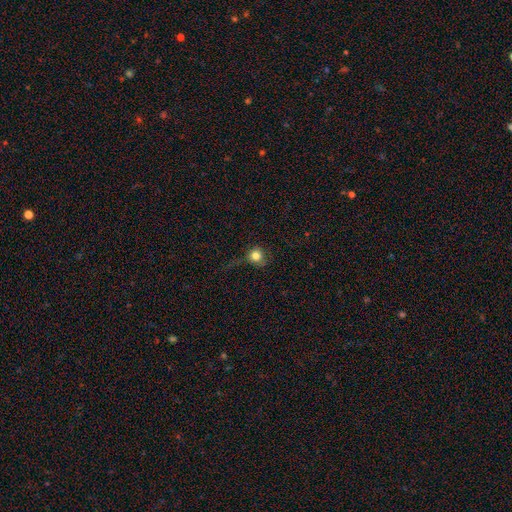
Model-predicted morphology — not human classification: This appears to be a smooth galaxy with no disk features (79%) that is round (88%). Merging: none (59%).